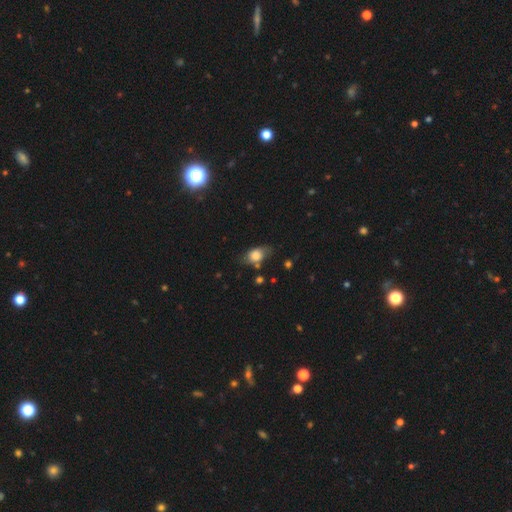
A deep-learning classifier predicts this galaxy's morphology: The model was most divided on "merging": none: 59%, minor disturbance: 28%, major disturbance: 9%, merger: 4%. More confident: smooth or featured — smooth (75%); how rounded — in between (74%).